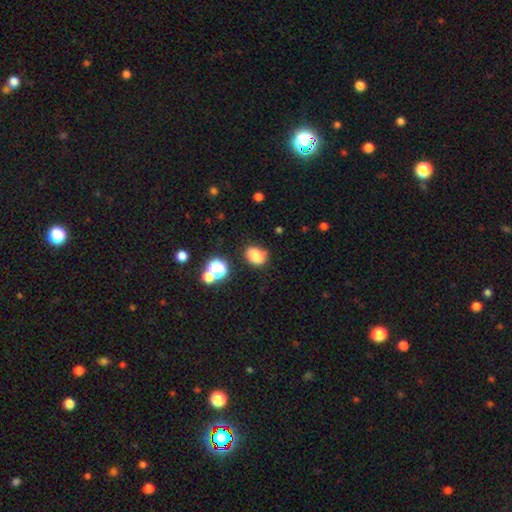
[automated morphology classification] Smooth or featured?
  - smooth: 82% *
  - star or artifact: 12%
  - featured or disk: 6%
How rounded?
  - in between: 69% *
  - round: 29%
  - cigar-shaped: 1%
Merging?
  - none: 80% *
  - minor disturbance: 13%
  - merger: 4%
  - major disturbance: 3%